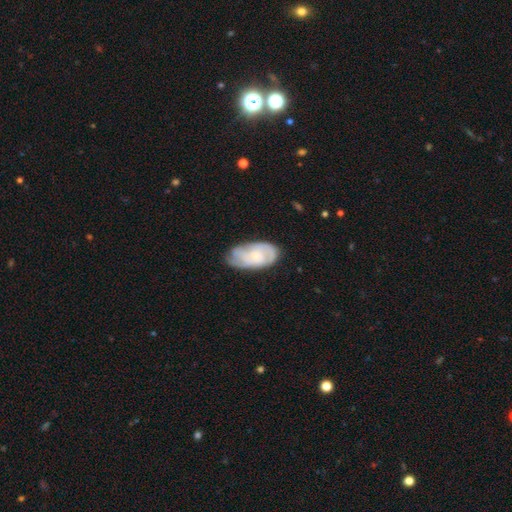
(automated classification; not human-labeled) A featured or disk galaxy (56%) with no bar (75%), spiral arms (82%) and a small central bulge (52%). Merging: none (62%).